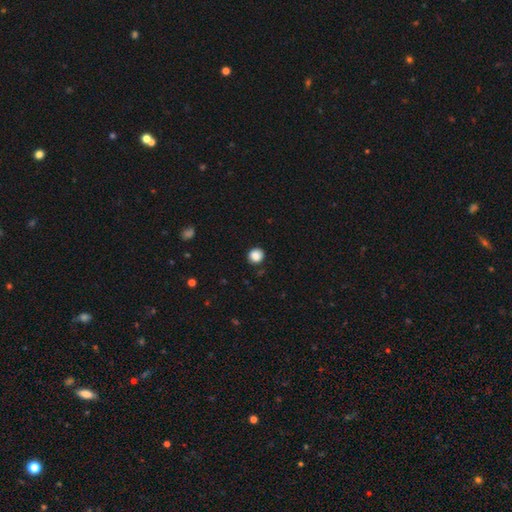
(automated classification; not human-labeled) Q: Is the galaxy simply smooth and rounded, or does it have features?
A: smooth — 88%.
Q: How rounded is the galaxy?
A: round — 88%.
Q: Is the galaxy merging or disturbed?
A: none — 89%.